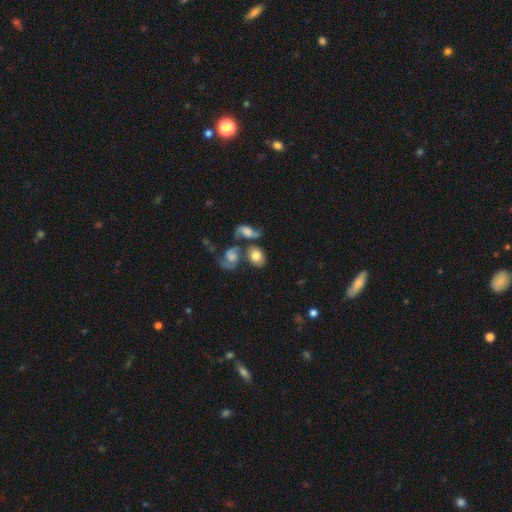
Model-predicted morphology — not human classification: Smooth or featured? smooth (60%)
How rounded? in between (65%)
Merging? none (41%)